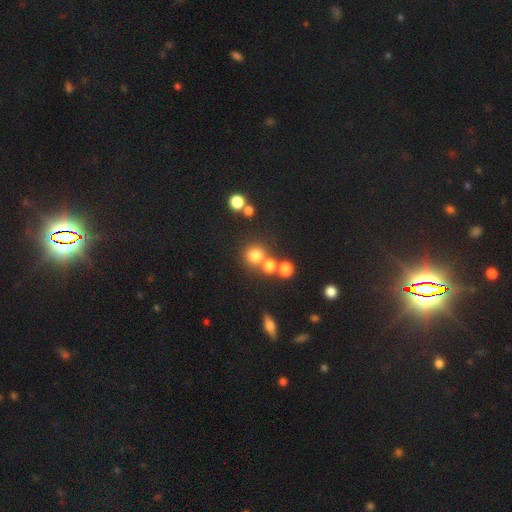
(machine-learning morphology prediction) type=smooth (75%); roundness=round (90%); merging=none (67%).